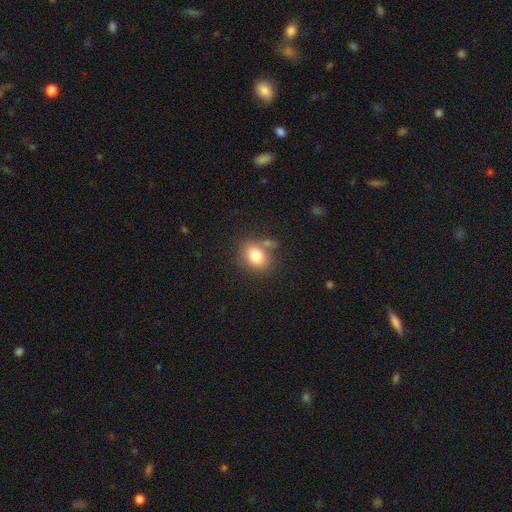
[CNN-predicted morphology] Smooth or featured? smooth (80%)
How rounded? in between (55%)
Merging? none (68%)